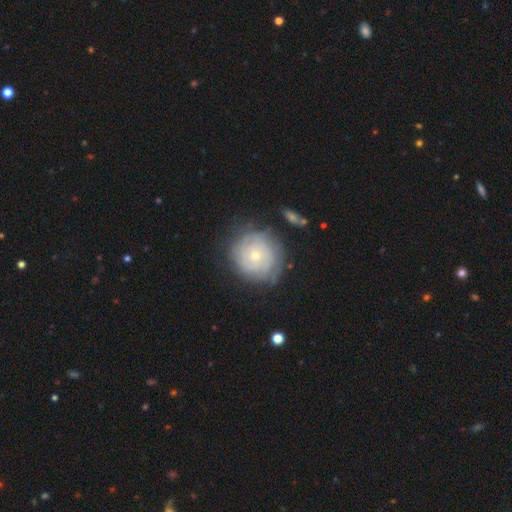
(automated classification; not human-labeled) smooth_or_featured: featured or disk (p=0.69) [alt: smooth p=0.24]
disk_edge_on: no (p=0.98) [alt: yes p=0.02]
bar: no (p=0.83) [alt: weak p=0.14]
has_spiral_arms: yes (p=0.86) [alt: no p=0.14]
spiral_winding: tight (p=0.79) [alt: medium p=0.15]
spiral_arm_count: can't tell (p=0.50) [alt: 2 p=0.15]
bulge_size: small (p=0.68) [alt: moderate p=0.28]
merging: none (p=0.73) [alt: minor disturbance p=0.17]